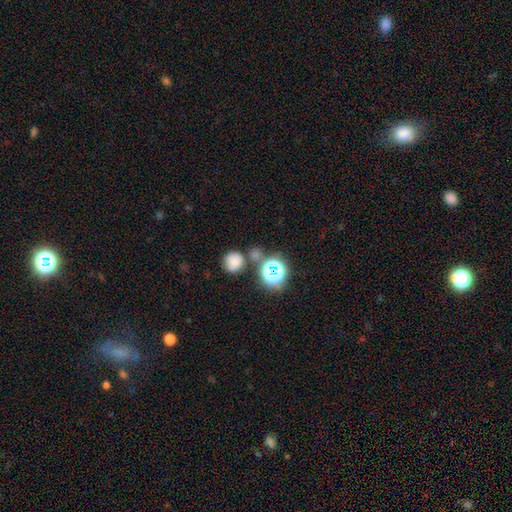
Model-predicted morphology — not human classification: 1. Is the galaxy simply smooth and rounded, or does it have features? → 62% smooth, 31% star or artifact, 7% featured or disk.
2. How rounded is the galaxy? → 81% round, 17% in between, 1% cigar-shaped.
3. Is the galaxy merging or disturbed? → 67% none, 20% merger, 9% minor disturbance, 4% major disturbance.